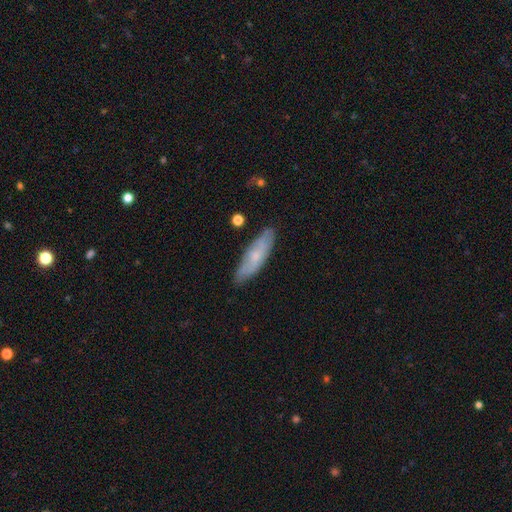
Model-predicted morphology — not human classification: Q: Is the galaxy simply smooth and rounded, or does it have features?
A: smooth — 59%.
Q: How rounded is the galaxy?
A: cigar-shaped — 56%.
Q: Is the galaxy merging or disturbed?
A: none — 81%.